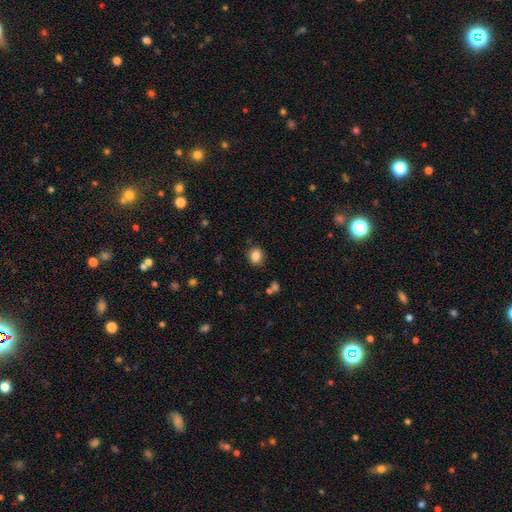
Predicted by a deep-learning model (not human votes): Smooth or featured?
  - smooth: 85% *
  - star or artifact: 10%
  - featured or disk: 5%
How rounded?
  - round: 67% *
  - in between: 32%
  - cigar-shaped: 1%
Merging?
  - none: 85% *
  - minor disturbance: 10%
  - major disturbance: 3%
  - merger: 2%